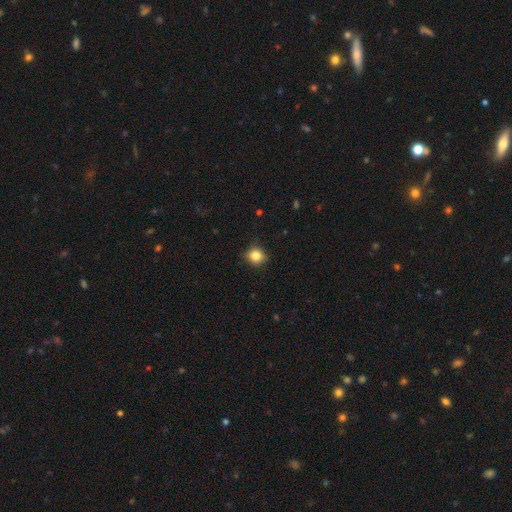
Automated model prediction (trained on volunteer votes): A smooth galaxy with no disk features (83%) that is round (79%). Merging: none (83%).